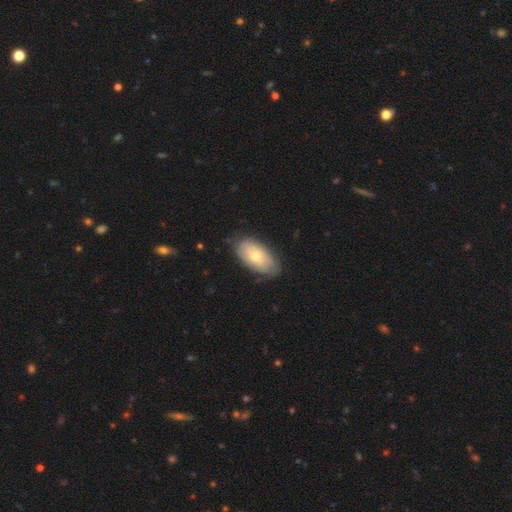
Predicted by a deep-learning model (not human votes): Smooth or featured? Predicted: smooth (p=0.59). How rounded? Predicted: in between (p=0.93). Merging? Predicted: none (p=0.77).